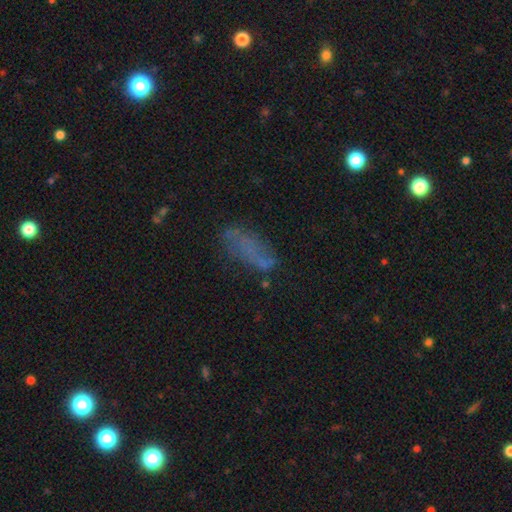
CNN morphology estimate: This appears to be a smooth galaxy with no disk features (50%) that is in between round and cigar-shaped (74%). Merging: none (54%).